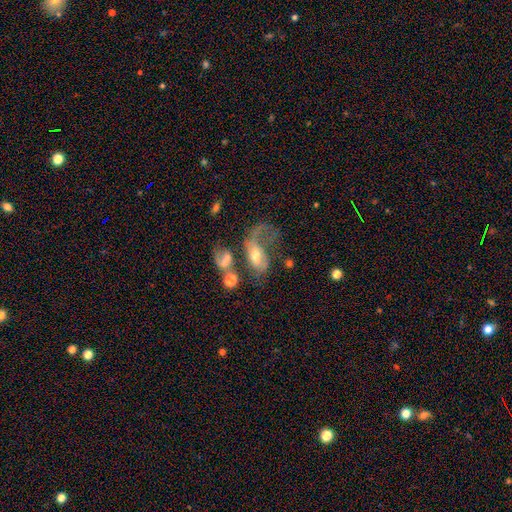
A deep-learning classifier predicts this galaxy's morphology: Smooth or featured? Predicted: featured or disk (p=0.55). Edge-on disk? Predicted: no (p=0.93). Bar? Predicted: no (p=0.62). Spiral arms? Predicted: yes (p=0.66). Bulge size? Predicted: moderate (p=0.64). Merging? Predicted: major disturbance (p=0.44).